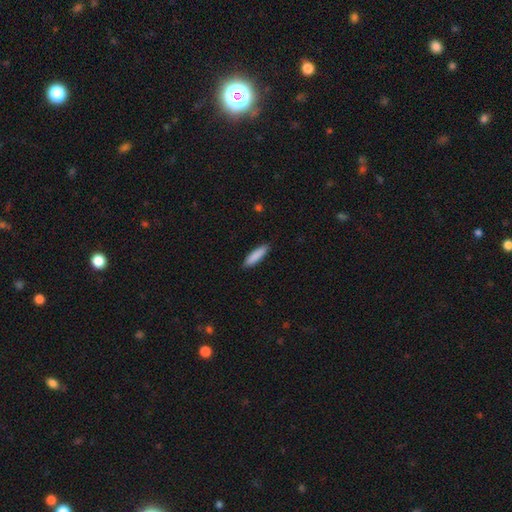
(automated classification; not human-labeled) This appears to be a smooth galaxy with no disk features (87%) that is cigar-shaped (72%). Merging: none (88%).